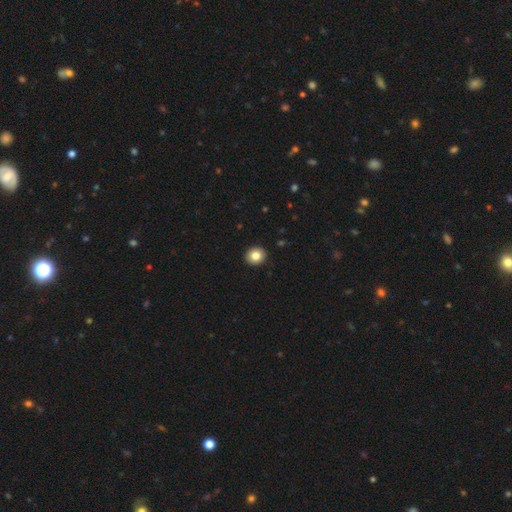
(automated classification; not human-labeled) Overall: smooth (84%). How rounded: round (81%). Merging: none (93%).